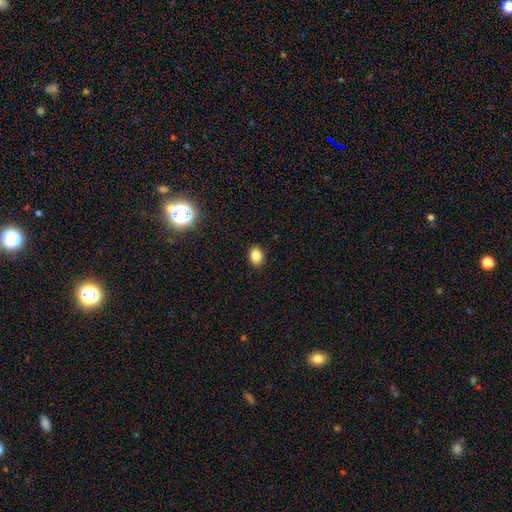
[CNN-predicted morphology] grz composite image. It shows a smooth galaxy with no disk features (85%) that is in between round and cigar-shaped (61%). Merging: none (88%).